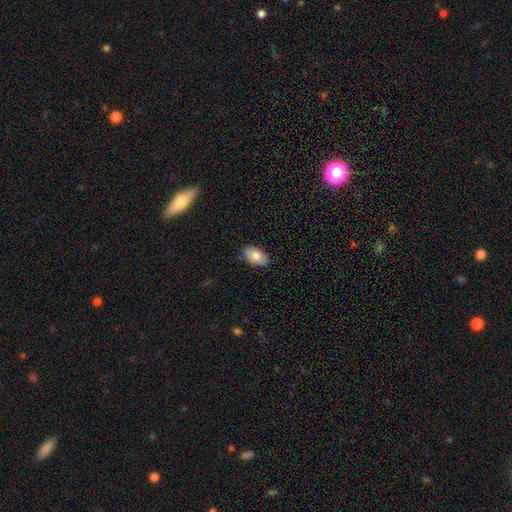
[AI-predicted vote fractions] This appears to be a smooth galaxy with no disk features (76%) that is in between round and cigar-shaped (92%). Merging: none (83%).